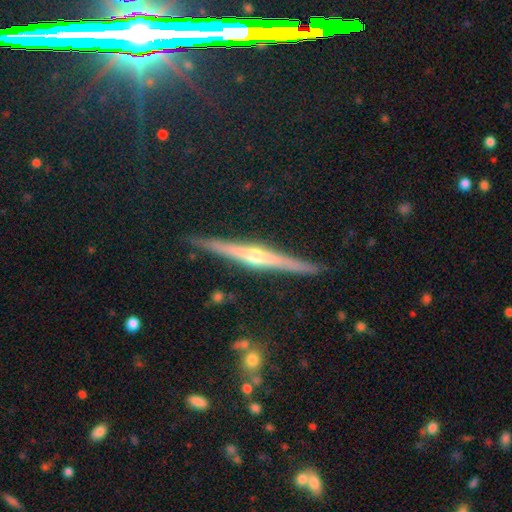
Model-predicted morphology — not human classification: Smooth or featured: featured or disk — 79% (smooth — 12%)
Edge-on disk: yes — 98% (no — 2%)
Edge-on bulge: rounded — 86% (none — 9%)
Merging: none — 90% (minor disturbance — 7%)